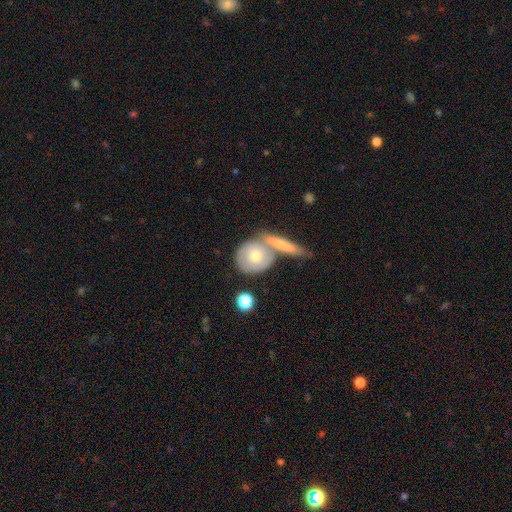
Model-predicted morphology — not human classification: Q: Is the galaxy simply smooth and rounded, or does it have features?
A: smooth — 61%.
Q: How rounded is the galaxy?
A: round — 72%.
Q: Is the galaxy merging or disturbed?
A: none — 46%.